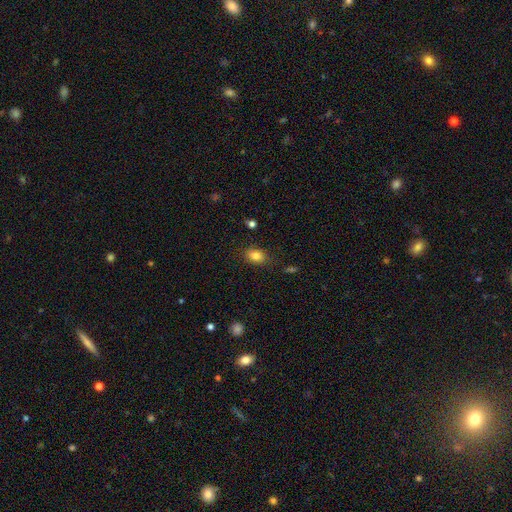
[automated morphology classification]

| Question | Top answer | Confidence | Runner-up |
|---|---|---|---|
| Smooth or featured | smooth | 84% | star or artifact (10%) |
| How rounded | in between | 75% | round (23%) |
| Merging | none | 83% | minor disturbance (12%) |